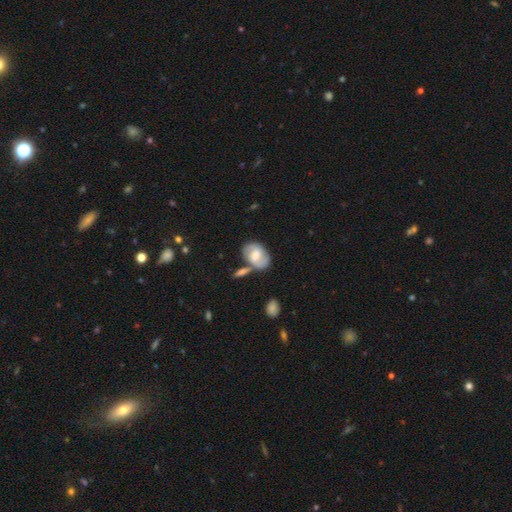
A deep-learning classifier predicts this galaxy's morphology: smooth-or-featured: featured or disk: 52% | smooth: 41% | star or artifact: 7%
  disk-edge-on: no: 95% | yes: 5%
  merging: none: 57% | minor disturbance: 19% | merger: 17% | major disturbance: 7%